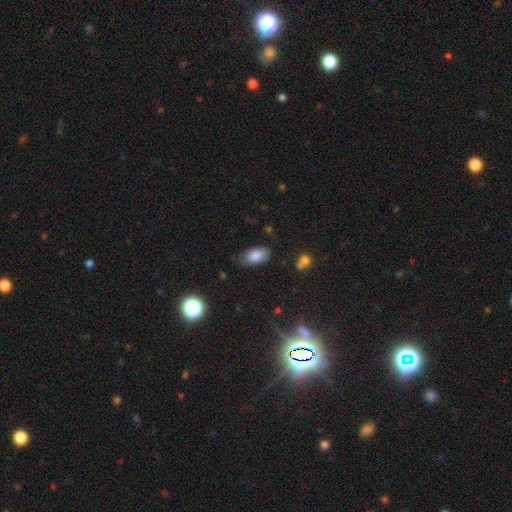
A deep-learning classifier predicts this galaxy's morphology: Smooth or featured?
  - smooth: 82% *
  - featured or disk: 9%
  - star or artifact: 8%
How rounded?
  - in between: 93% *
  - round: 4%
  - cigar-shaped: 3%
Merging?
  - none: 73% *
  - minor disturbance: 21%
  - major disturbance: 5%
  - merger: 2%